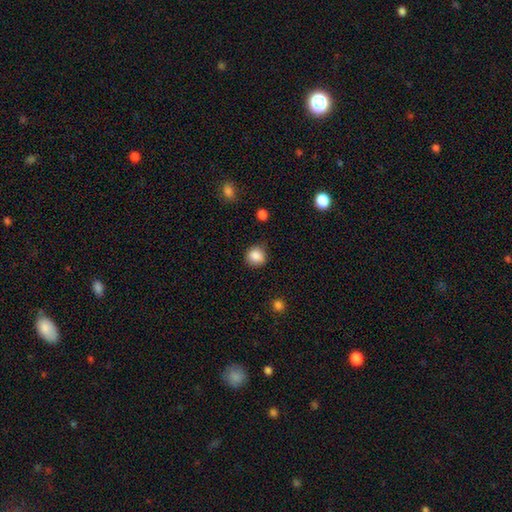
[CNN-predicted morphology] Smooth or featured: smooth — 86% (star or artifact — 10%)
How rounded: round — 88% (in between — 11%)
Merging: none — 81% (minor disturbance — 14%)